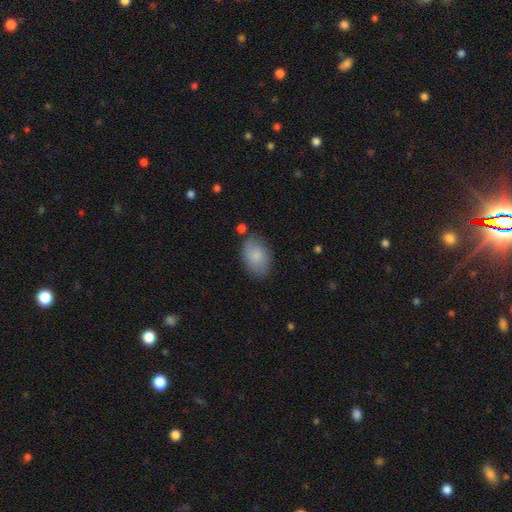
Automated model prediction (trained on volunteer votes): This appears to be a smooth galaxy with no disk features (83%) that is in between round and cigar-shaped (89%). Merging: none (73%).